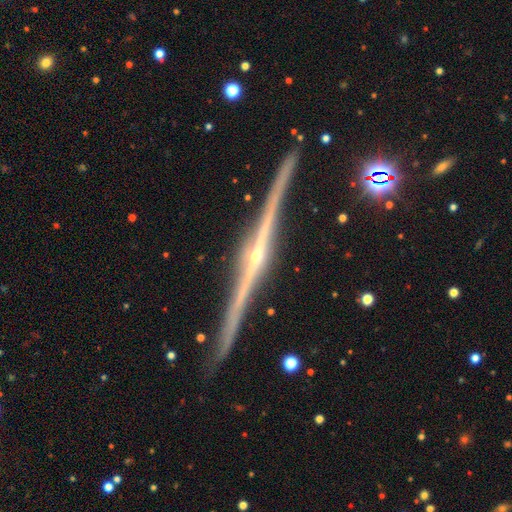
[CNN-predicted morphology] type=featured or disk (90%); edge-on=yes (99%); edge-on bulge=rounded (78%); merging=none (91%).